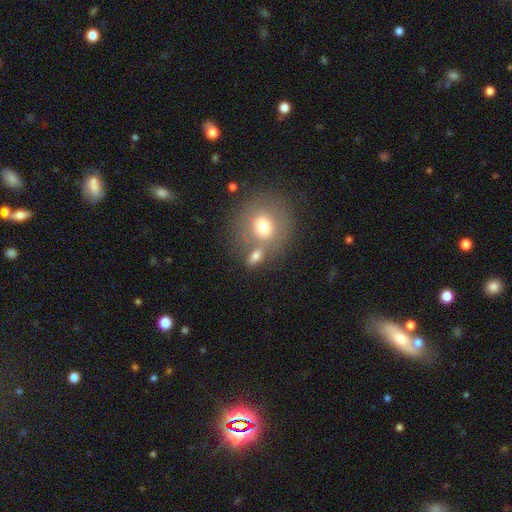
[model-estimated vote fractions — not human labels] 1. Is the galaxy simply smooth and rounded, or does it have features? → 72% smooth, 16% featured or disk, 11% star or artifact.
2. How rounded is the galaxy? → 51% in between, 43% round, 7% cigar-shaped.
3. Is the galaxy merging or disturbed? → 53% none, 30% merger, 12% minor disturbance, 6% major disturbance.